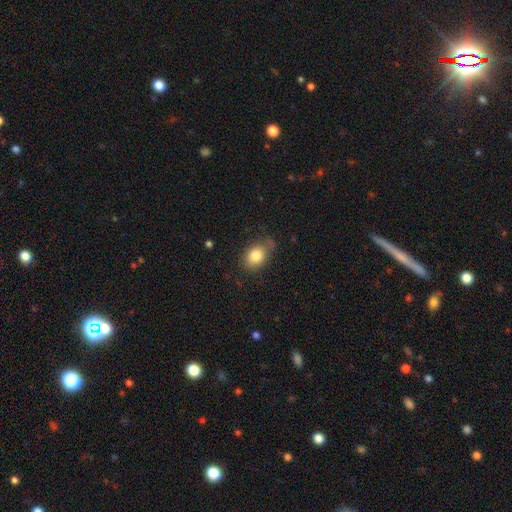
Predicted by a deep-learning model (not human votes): The model was most divided on "how rounded": in between: 65%, round: 34%, cigar-shaped: 1%. More confident: smooth or featured — smooth (82%); merging — none (67%).